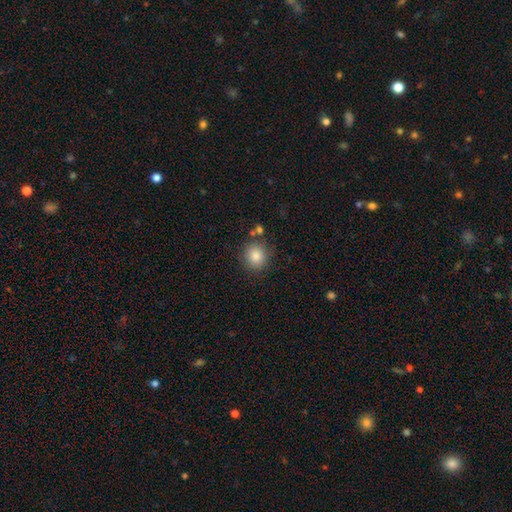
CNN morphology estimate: Smooth or featured? smooth (85%)
How rounded? round (85%)
Merging? none (82%)